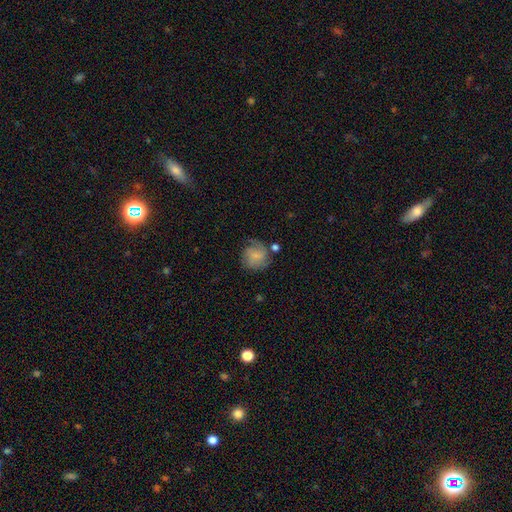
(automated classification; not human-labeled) Smooth or featured? Predicted: smooth (p=0.61). How rounded? Predicted: round (p=0.81). Merging? Predicted: none (p=0.55).